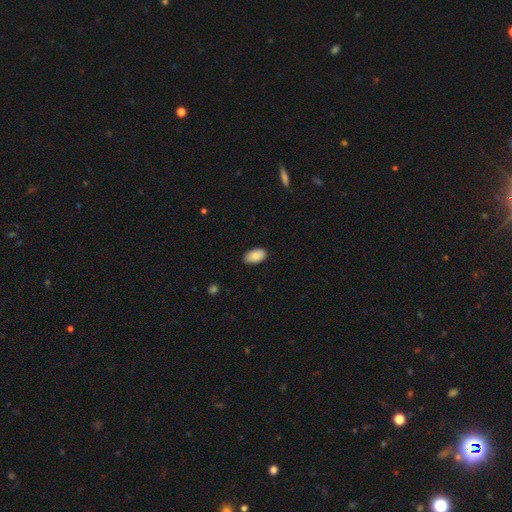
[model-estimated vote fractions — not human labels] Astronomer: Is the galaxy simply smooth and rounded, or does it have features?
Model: smooth — 87%.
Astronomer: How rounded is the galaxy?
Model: in between — 94%.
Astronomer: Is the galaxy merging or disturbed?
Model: none — 85%.